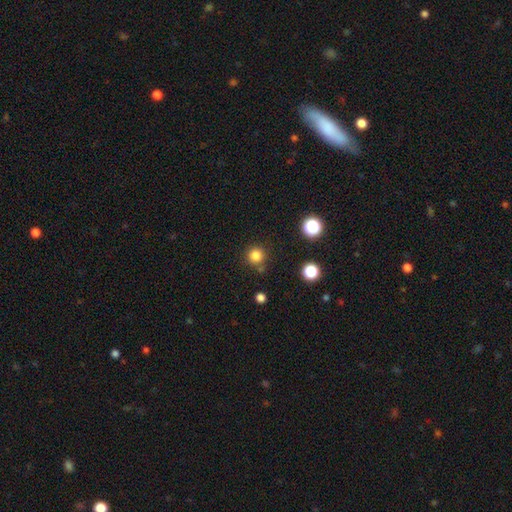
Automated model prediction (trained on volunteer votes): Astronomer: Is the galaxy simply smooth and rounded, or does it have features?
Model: smooth — 82%.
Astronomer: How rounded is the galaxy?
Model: round — 95%.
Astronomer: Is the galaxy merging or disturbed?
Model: none — 79%.